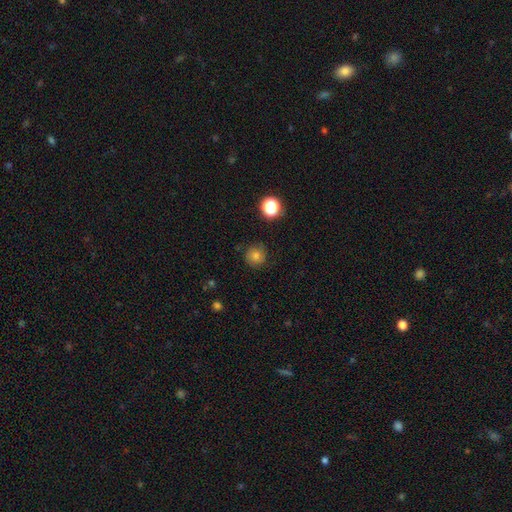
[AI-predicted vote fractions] Morphology: type=smooth (77%); roundness=round (93%); merging=none (85%).